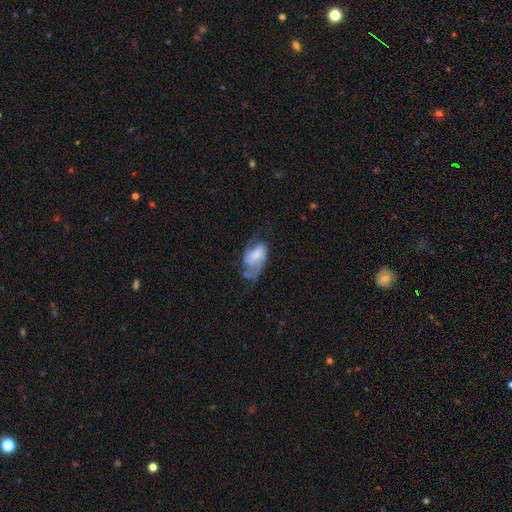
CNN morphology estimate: smooth-or-featured: featured or disk: 59% | smooth: 34% | star or artifact: 8%
  disk-edge-on: no: 97% | yes: 3%
    bar: no: 56% | weak: 33% | strong: 11%
    has-spiral-arms: yes: 83% | no: 17%
    bulge-size: none: 29% | small: 23% | large: 22% | moderate: 21% | dominant: 6%
  merging: major disturbance: 37% | none: 34% | minor disturbance: 26% | merger: 3%